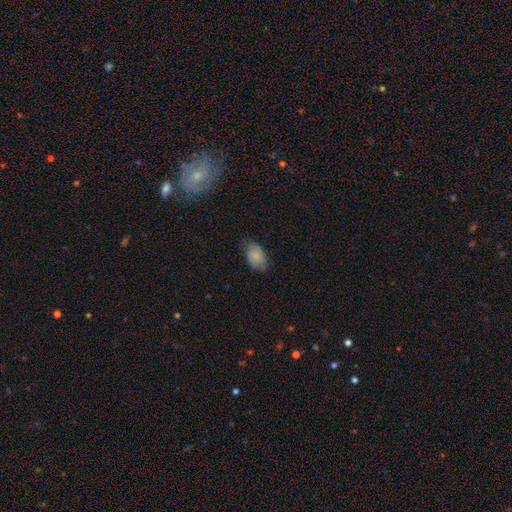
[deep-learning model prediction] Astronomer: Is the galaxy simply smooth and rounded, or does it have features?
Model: smooth — 76%.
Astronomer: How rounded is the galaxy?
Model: in between — 89%.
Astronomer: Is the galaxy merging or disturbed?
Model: none — 68%.